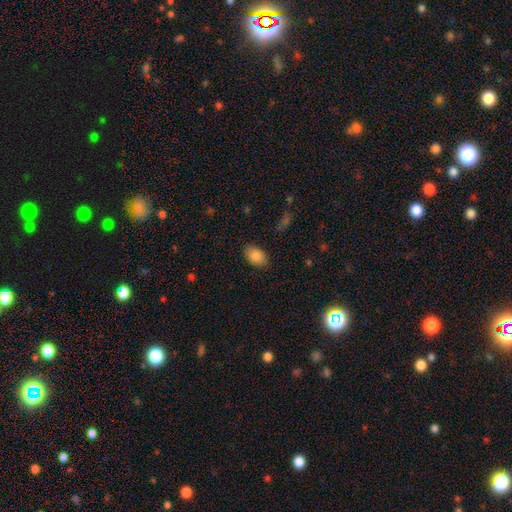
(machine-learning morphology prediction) Overall: smooth (86%). How rounded: in between (88%). Merging: none (87%).